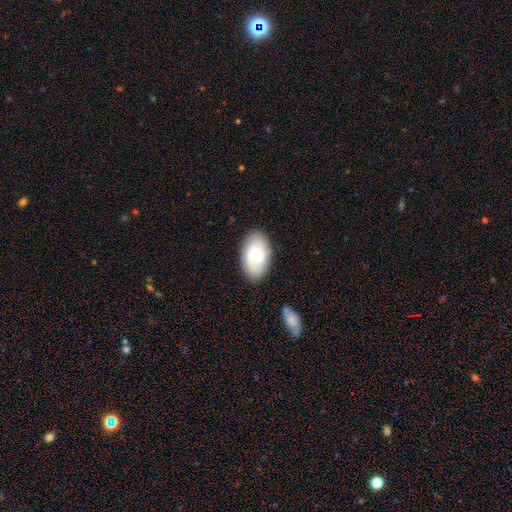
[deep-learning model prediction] Smooth or featured?
  - smooth: 55% *
  - featured or disk: 38%
  - star or artifact: 7%
How rounded?
  - in between: 92% *
  - round: 6%
  - cigar-shaped: 2%
Merging?
  - none: 84% *
  - minor disturbance: 11%
  - major disturbance: 3%
  - merger: 1%